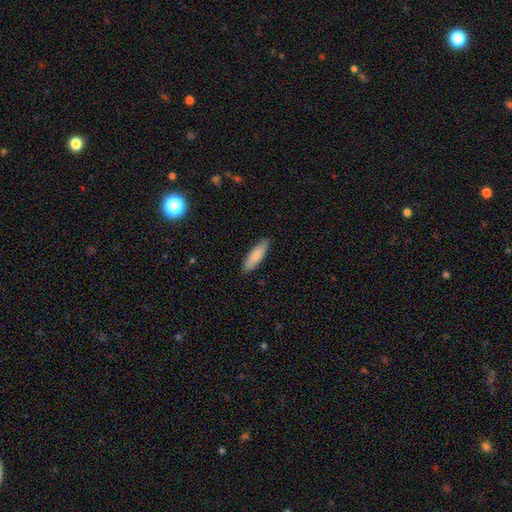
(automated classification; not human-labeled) Morphology: type=smooth (81%); roundness=cigar-shaped (59%); merging=none (88%).